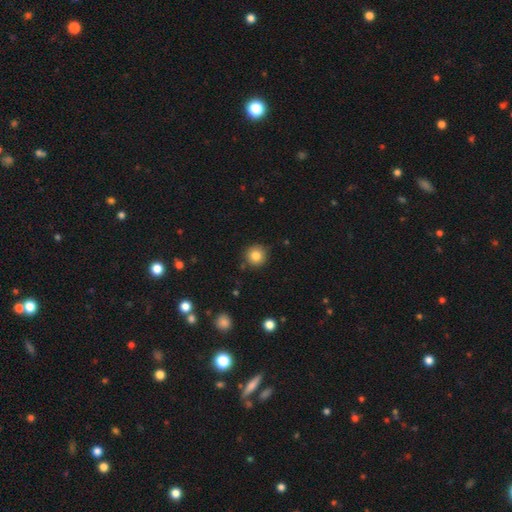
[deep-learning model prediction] The model was most divided on "smooth or featured": smooth: 83%, star or artifact: 10%, featured or disk: 7%. More confident: how rounded — round (94%); merging — none (87%).